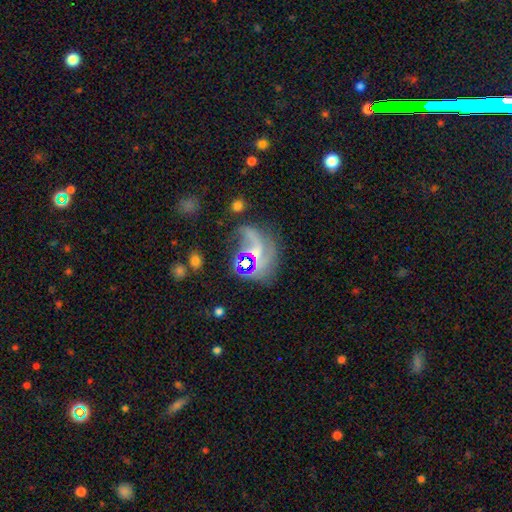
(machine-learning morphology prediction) Q: Smooth or featured?
A: featured or disk (51%); runner-up: star or artifact (27%)
Q: Edge-on disk?
A: no (94%); runner-up: yes (6%)
Q: Merging?
A: none (45%); runner-up: major disturbance (24%)